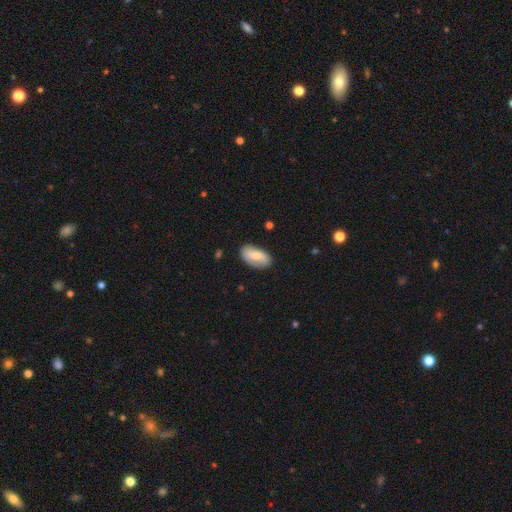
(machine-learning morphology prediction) smooth 69%, featured or disk 24%, star or artifact 6%. Down the decision tree: how rounded — in between (94%); merging — none (79%).